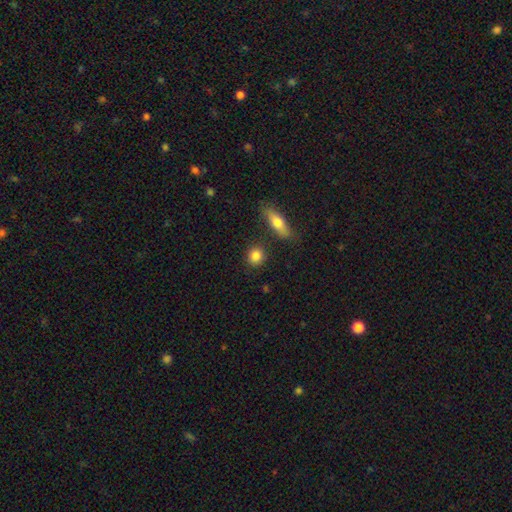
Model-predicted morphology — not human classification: Smooth or featured?
  - smooth: 84% *
  - featured or disk: 8%
  - star or artifact: 8%
How rounded?
  - round: 78% *
  - in between: 19%
  - cigar-shaped: 4%
Merging?
  - none: 84% *
  - minor disturbance: 8%
  - merger: 5%
  - major disturbance: 3%